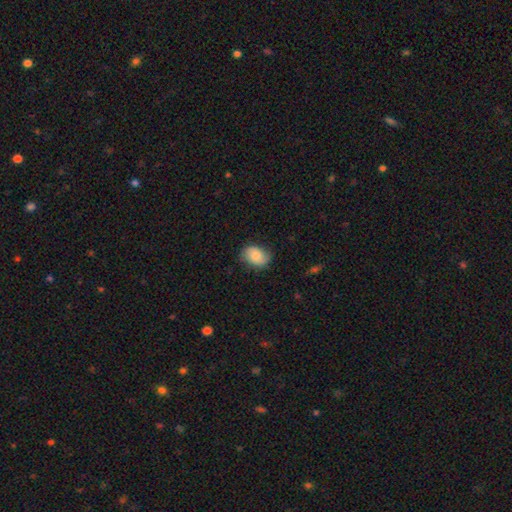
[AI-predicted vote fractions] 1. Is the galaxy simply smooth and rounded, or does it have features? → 72% smooth, 21% featured or disk, 7% star or artifact.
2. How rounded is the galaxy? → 75% in between, 24% round, 1% cigar-shaped.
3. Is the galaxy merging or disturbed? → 73% none, 21% minor disturbance, 5% major disturbance, 1% merger.